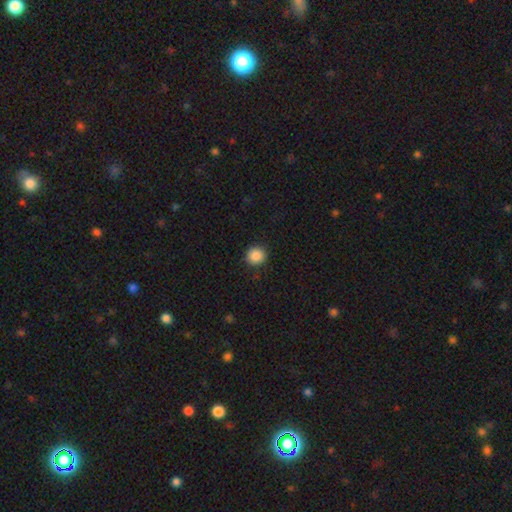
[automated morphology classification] Smooth or featured? smooth (87%)
How rounded? round (93%)
Merging? none (91%)